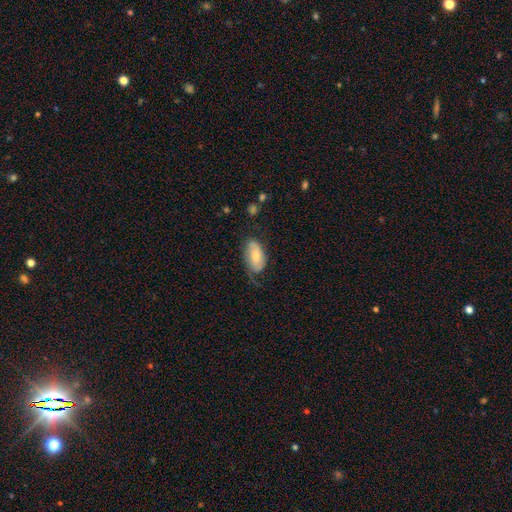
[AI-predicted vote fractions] Smooth or featured? Predicted: smooth (p=0.63). How rounded? Predicted: in between (p=0.93). Merging? Predicted: none (p=0.49).